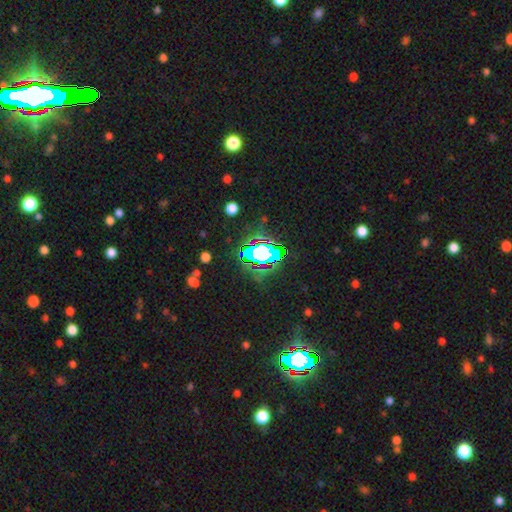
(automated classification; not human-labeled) A star or artifact, not a galaxy (76%).